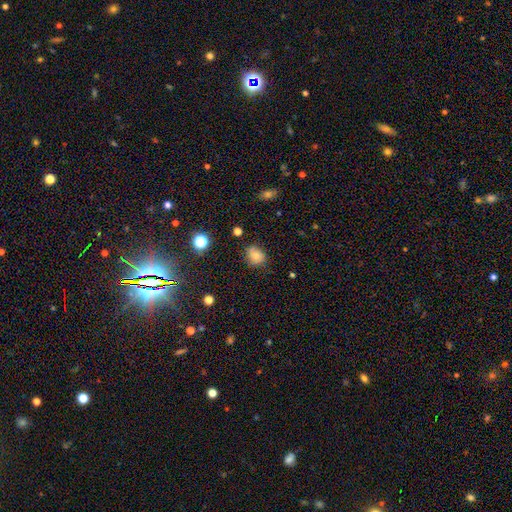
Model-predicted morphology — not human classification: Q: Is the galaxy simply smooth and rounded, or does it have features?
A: smooth — 73%.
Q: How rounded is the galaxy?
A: round — 56%.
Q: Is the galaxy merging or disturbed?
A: none — 68%.